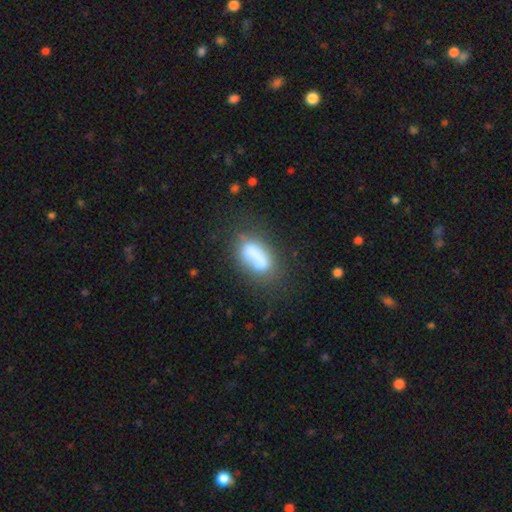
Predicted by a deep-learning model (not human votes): smooth_or_featured: smooth (p=0.67) [alt: featured or disk p=0.23]
how_rounded: in between (p=0.85) [alt: cigar-shaped p=0.08]
merging: none (p=0.40) [alt: minor disturbance p=0.22]